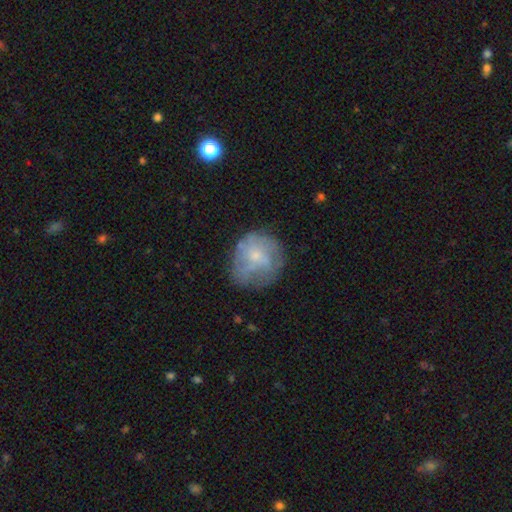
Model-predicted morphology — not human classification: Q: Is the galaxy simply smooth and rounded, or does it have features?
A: featured or disk — 46%, tied with smooth.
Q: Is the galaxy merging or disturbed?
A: none — 59%.